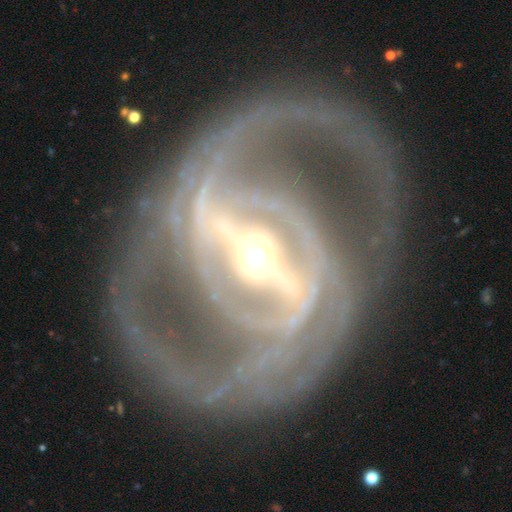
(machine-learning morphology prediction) smooth_or_featured: featured or disk (p=0.92) [alt: star or artifact p=0.05]
disk_edge_on: no (p=0.96) [alt: yes p=0.04]
bar: strong (p=0.81) [alt: weak p=0.15]
has_spiral_arms: yes (p=0.97) [alt: no p=0.03]
spiral_winding: tight (p=0.45) [tied with: medium p=0.45]
spiral_arm_count: 2 (p=0.63) [alt: 3 p=0.14]
bulge_size: small (p=0.49) [alt: moderate p=0.44]
merging: none (p=0.73) [alt: minor disturbance p=0.13]